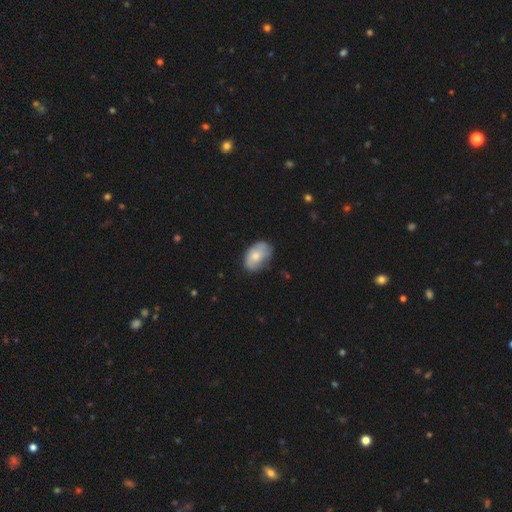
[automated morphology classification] Smooth or featured?
  - smooth: 62% *
  - featured or disk: 32%
  - star or artifact: 6%
How rounded?
  - in between: 86% *
  - round: 12%
  - cigar-shaped: 1%
Merging?
  - none: 64% *
  - minor disturbance: 28%
  - major disturbance: 6%
  - merger: 2%